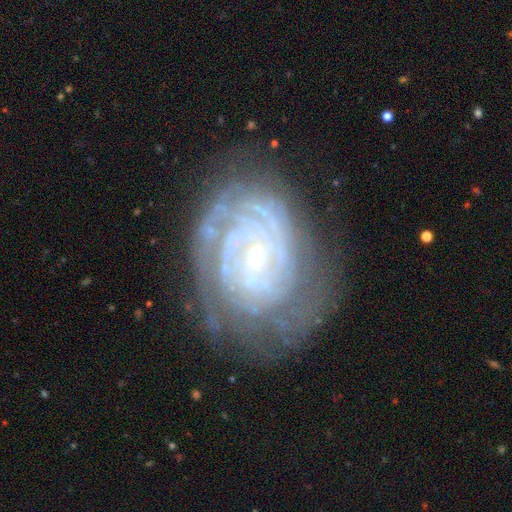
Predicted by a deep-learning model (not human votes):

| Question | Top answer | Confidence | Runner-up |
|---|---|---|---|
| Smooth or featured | featured or disk | 87% | star or artifact (7%) |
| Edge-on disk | no | 97% | yes (3%) |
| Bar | no | 72% | weak (20%) |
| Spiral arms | yes | 96% | no (4%) |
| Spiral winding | tight | 81% | medium (16%) |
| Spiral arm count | can't tell | 32% | 4 (17%) |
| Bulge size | small | 77% | moderate (19%) |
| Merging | none | 68% | minor disturbance (20%) |